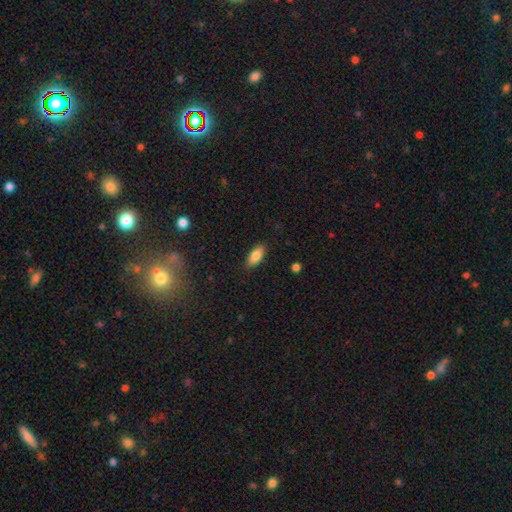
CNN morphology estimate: The model was most divided on "smooth or featured": smooth: 83%, featured or disk: 10%, star or artifact: 7%. More confident: merging — none (87%); how rounded — in between (86%).